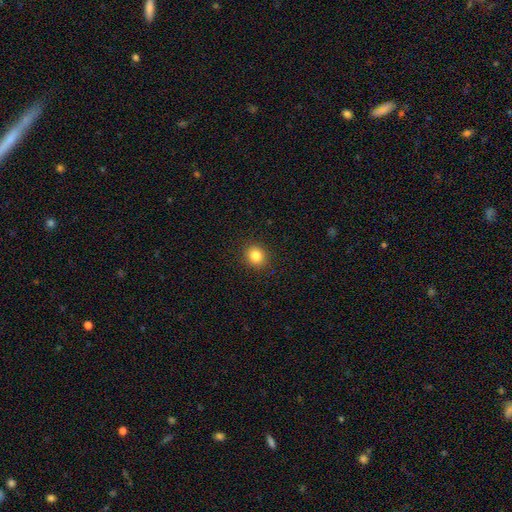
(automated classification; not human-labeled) smooth 83%, star or artifact 11%, featured or disk 5%. Down the decision tree: how rounded — round (78%); merging — none (91%).